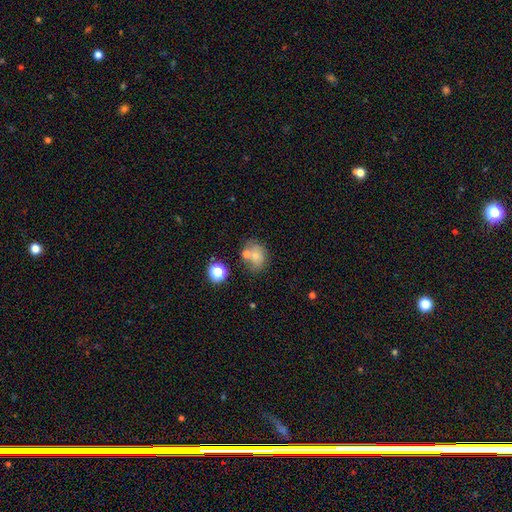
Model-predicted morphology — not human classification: This is possibly a smooth galaxy (60%). How rounded: possibly in between (50%). Merging: possibly none (49%).